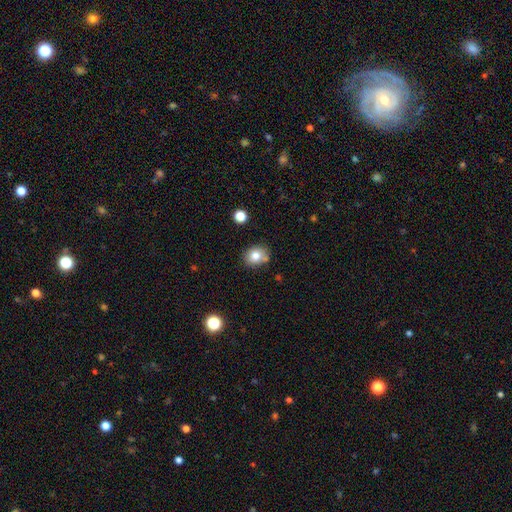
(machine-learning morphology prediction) A smooth galaxy with no disk features (79%) that is round (61%). Merging: none (75%).